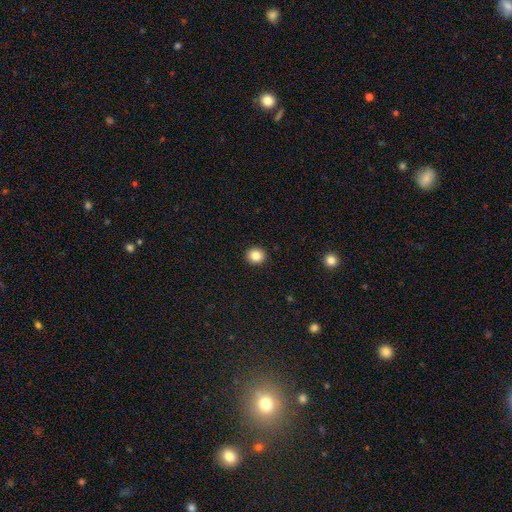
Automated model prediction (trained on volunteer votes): Smooth or featured? Predicted: smooth (p=0.85). How rounded? Predicted: round (p=0.85). Merging? Predicted: none (p=0.93).